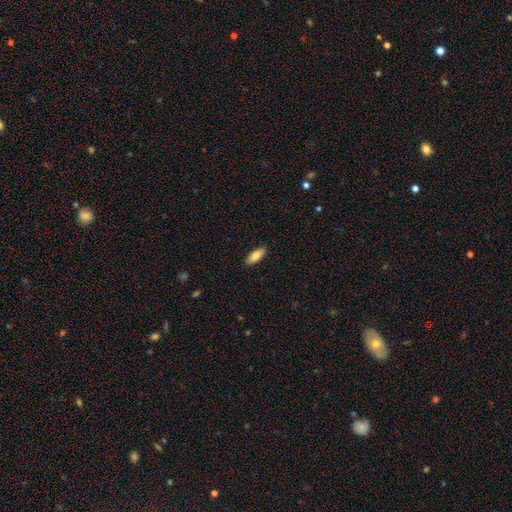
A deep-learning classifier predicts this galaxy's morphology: A smooth galaxy with no disk features (80%) that is in between round and cigar-shaped (76%). Merging: none (90%).